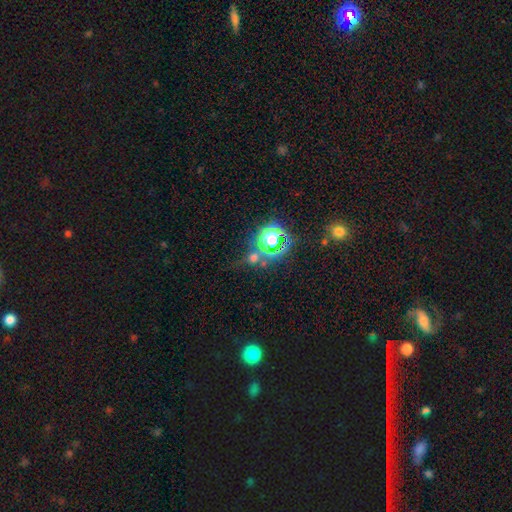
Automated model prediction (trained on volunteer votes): This is likely a star or artifact rather than a galaxy (66%).